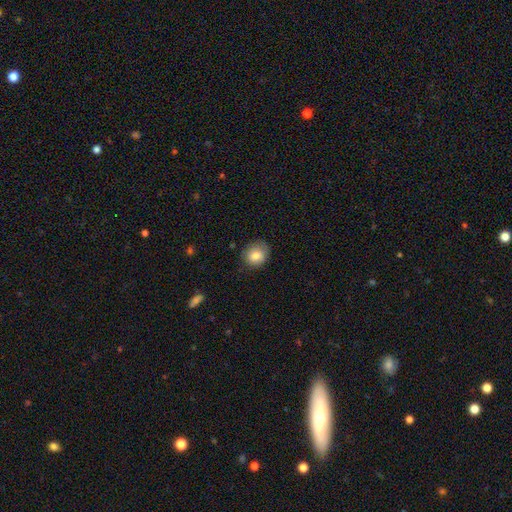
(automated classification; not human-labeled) Q: Smooth or featured?
A: smooth (82%); runner-up: featured or disk (10%)
Q: How rounded?
A: round (67%); runner-up: in between (32%)
Q: Merging?
A: none (73%); runner-up: minor disturbance (21%)